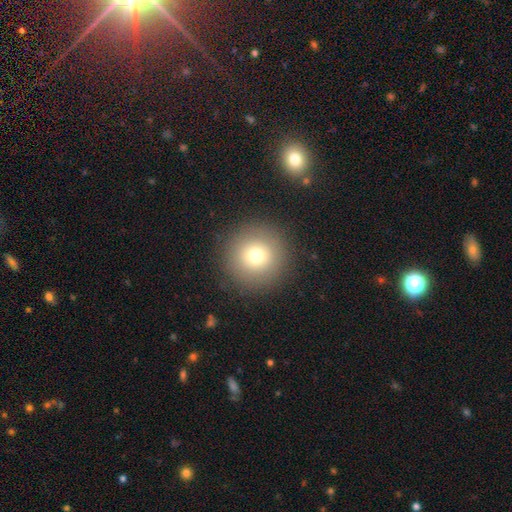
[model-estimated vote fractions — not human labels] smooth-or-featured: smooth: 73% | star or artifact: 14% | featured or disk: 13%
  how-rounded: round: 96% | in between: 3% | cigar-shaped: 1%
  merging: none: 91% | minor disturbance: 5% | major disturbance: 3% | merger: 1%